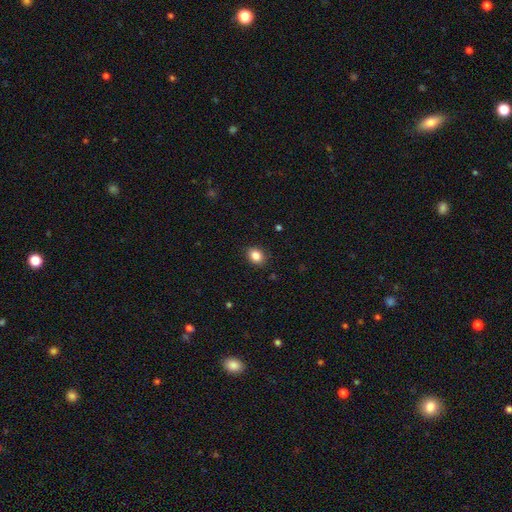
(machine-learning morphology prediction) smooth-or-featured: smooth: 85% | star or artifact: 9% | featured or disk: 6%
  how-rounded: in between: 60% | round: 39% | cigar-shaped: 1%
  merging: none: 89% | minor disturbance: 8% | major disturbance: 2% | merger: 1%